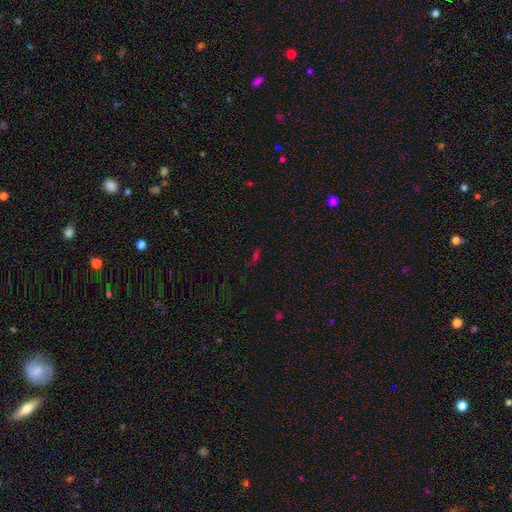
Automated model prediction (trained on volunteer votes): Morphology: type=star or artifact (47%).